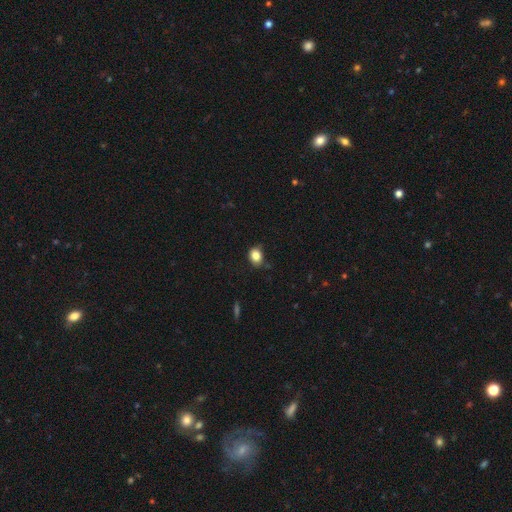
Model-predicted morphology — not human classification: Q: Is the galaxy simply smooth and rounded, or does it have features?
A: smooth — 84%.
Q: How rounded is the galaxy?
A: in between — 54%.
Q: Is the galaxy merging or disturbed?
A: none — 74%.